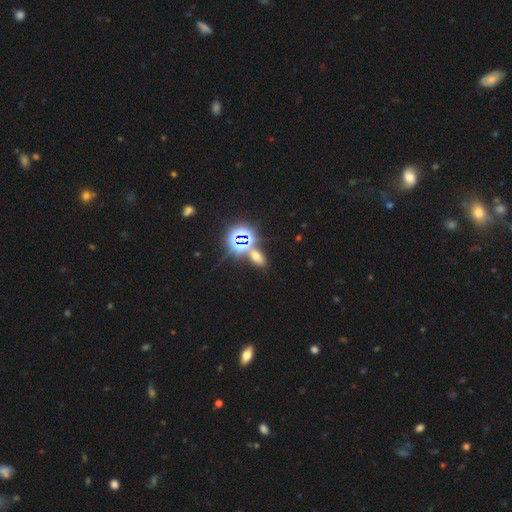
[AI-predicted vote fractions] Morphology: type=smooth (46%); merging=none (72%).